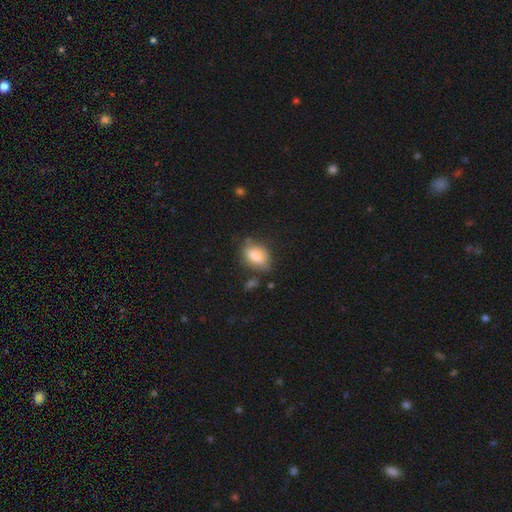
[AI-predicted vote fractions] smooth_or_featured: smooth (p=0.80) [alt: featured or disk p=0.12]
how_rounded: in between (p=0.83) [alt: round p=0.14]
merging: none (p=0.60) [alt: minor disturbance p=0.26]